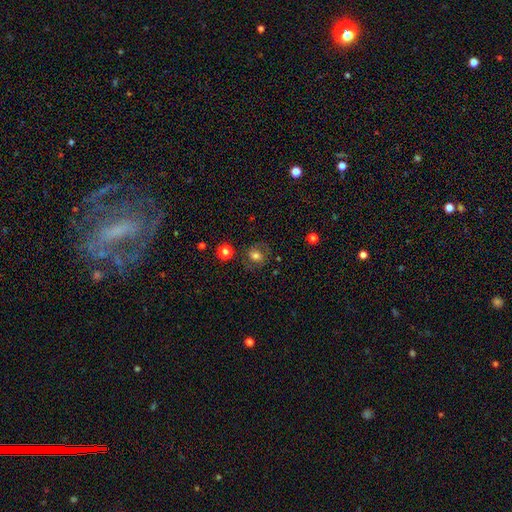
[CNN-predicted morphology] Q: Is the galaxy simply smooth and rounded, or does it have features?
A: smooth — 62%.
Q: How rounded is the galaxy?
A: round — 70%.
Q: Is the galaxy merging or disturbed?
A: none — 74%.